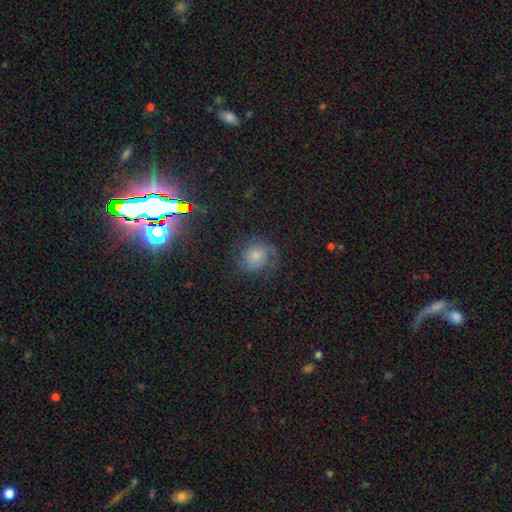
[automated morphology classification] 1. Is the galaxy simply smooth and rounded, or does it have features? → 46% featured or disk, 31% smooth, 23% star or artifact.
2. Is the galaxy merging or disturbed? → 71% none, 17% minor disturbance, 10% major disturbance, 1% merger.